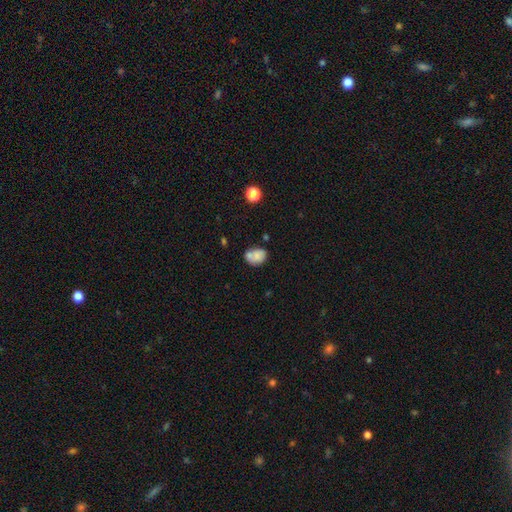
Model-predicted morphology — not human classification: The model was most divided on "merging": none: 43%, merger: 29%, minor disturbance: 21%, major disturbance: 7%. More confident: smooth or featured — smooth (74%); how rounded — in between (59%).